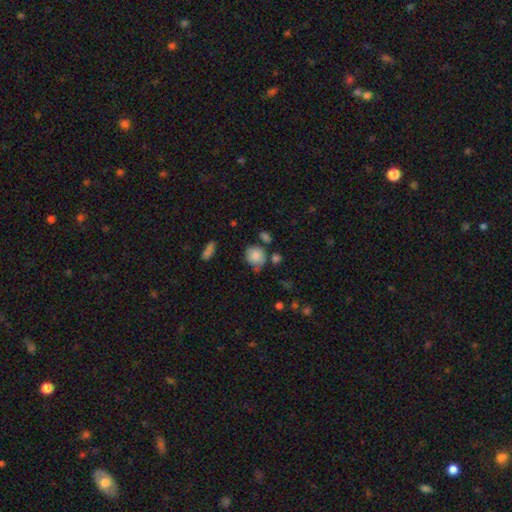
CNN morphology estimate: Q: Smooth or featured?
A: smooth (83%); runner-up: star or artifact (9%)
Q: How rounded?
A: round (73%); runner-up: in between (26%)
Q: Merging?
A: none (57%); runner-up: minor disturbance (25%)